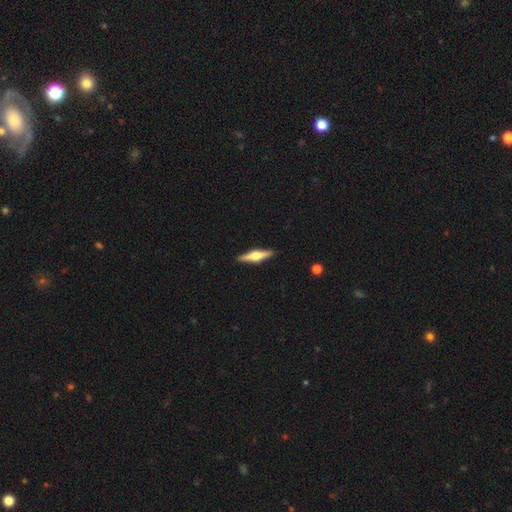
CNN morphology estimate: Smooth or featured? featured or disk (71%)
Edge-on disk? yes (98%)
Edge-on bulge? rounded (93%)
Merging? none (91%)